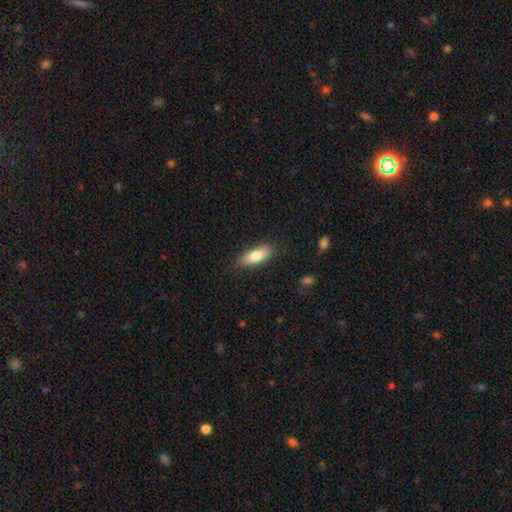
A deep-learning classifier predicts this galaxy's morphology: smooth 80%, featured or disk 14%, star or artifact 6%. Down the decision tree: how rounded — in between (71%); merging — none (84%).